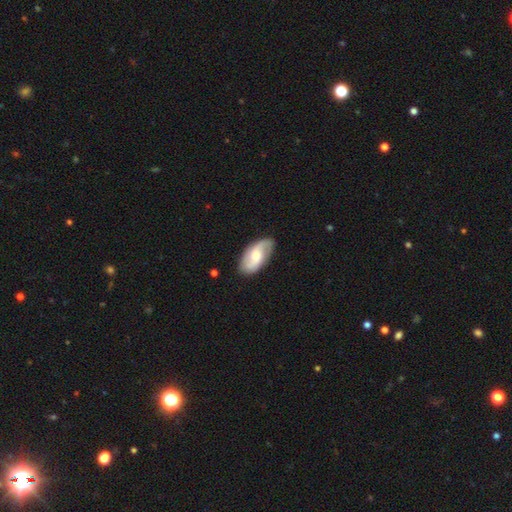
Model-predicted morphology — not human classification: type=featured or disk (61%); edge-on=no (94%); bar=no (47%); spiral arms=yes (89%); winding=loose (48%); arm count=2 (84%); bulge=moderate (57%); merging=none (81%).